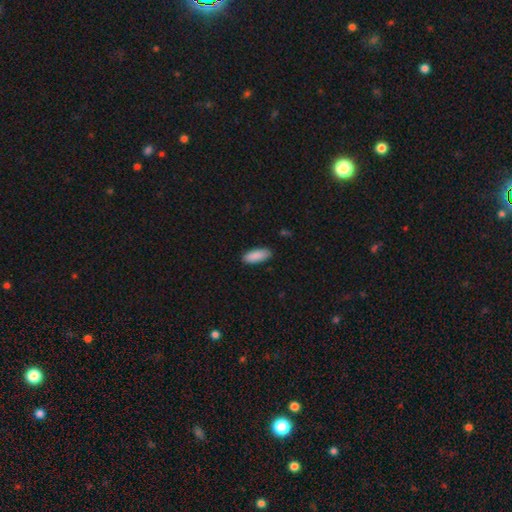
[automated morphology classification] A smooth galaxy with no disk features (91%) that is in between round and cigar-shaped (76%). Merging: none (88%).